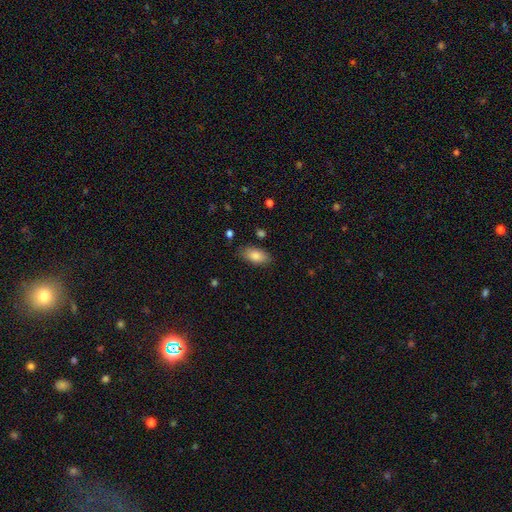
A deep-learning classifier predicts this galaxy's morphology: This is clearly a smooth galaxy (84%). How rounded: clearly in between (91%). Merging: clearly none (82%).